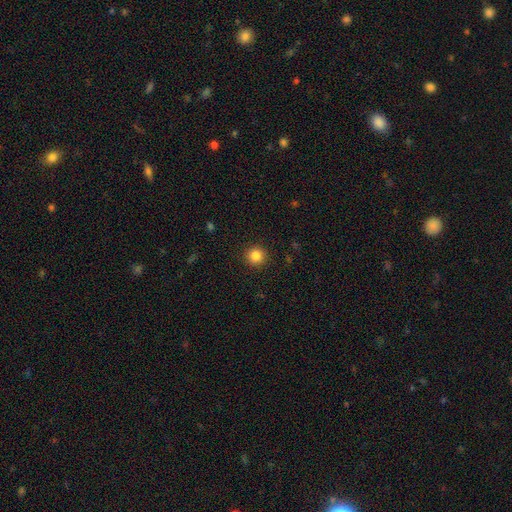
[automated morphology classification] Overall: smooth (85%). How rounded: round (94%). Merging: none (92%).